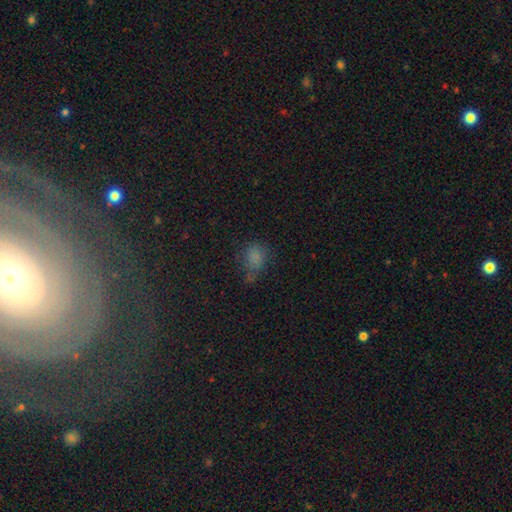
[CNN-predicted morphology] smooth-or-featured: smooth: 64% | star or artifact: 27% | featured or disk: 9%
  how-rounded: in between: 54% | round: 43% | cigar-shaped: 3%
  merging: none: 55% | minor disturbance: 26% | major disturbance: 12% | merger: 7%